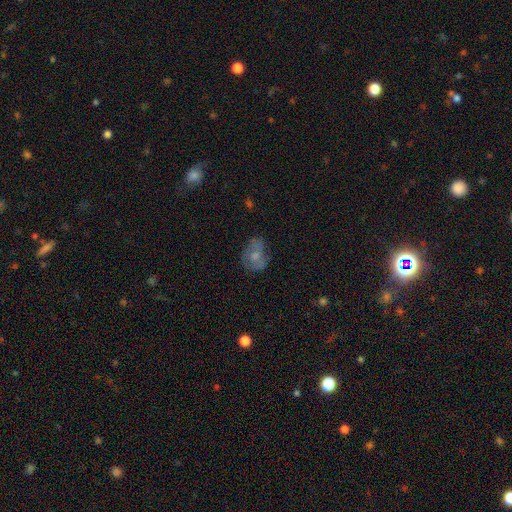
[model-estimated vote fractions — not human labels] smooth 50%, featured or disk 40%, star or artifact 10%. Down the decision tree: how rounded — in between (60%); merging — none (51%).